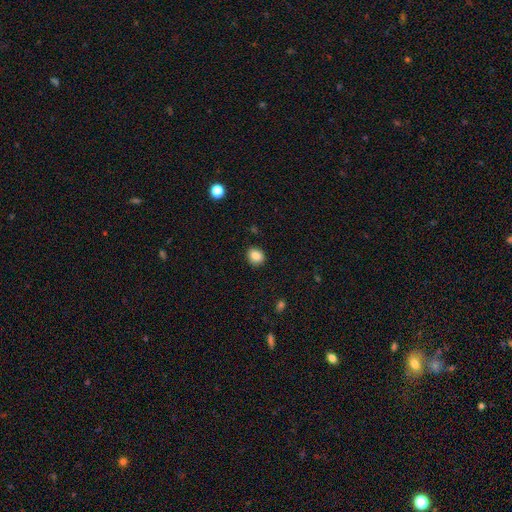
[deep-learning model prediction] Smooth or featured? smooth (87%)
How rounded? round (63%)
Merging? none (88%)